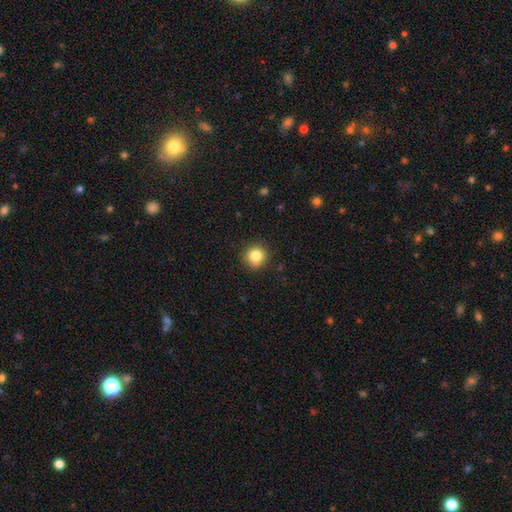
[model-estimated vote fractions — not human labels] Overall: smooth (84%). How rounded: round (93%). Merging: none (90%).